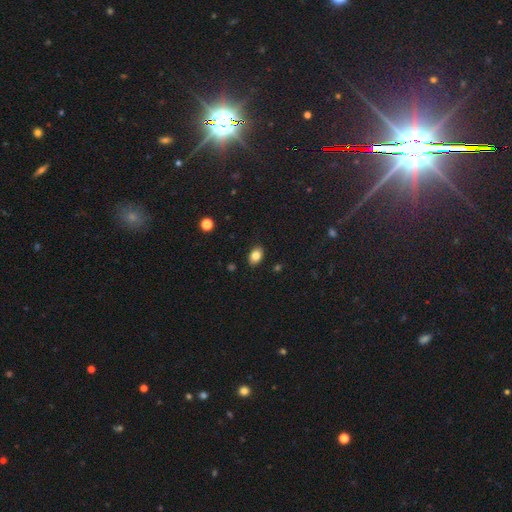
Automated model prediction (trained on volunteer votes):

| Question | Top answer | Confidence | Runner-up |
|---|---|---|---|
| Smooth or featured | smooth | 83% | star or artifact (9%) |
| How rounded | in between | 83% | round (16%) |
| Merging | none | 88% | minor disturbance (9%) |